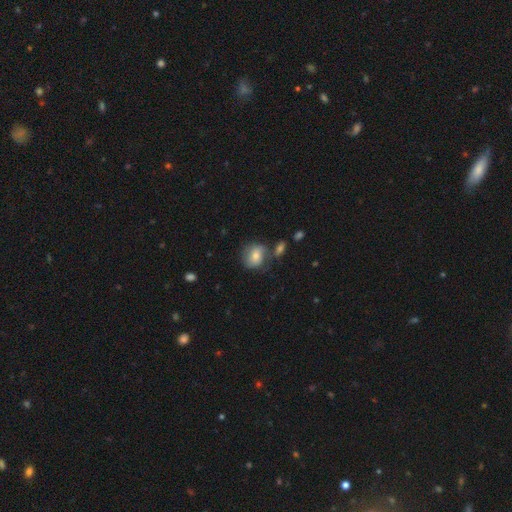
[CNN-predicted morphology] The model was most divided on "how rounded": round: 69%, in between: 30%, cigar-shaped: 1%. More confident: smooth or featured — smooth (69%); merging — none (59%).